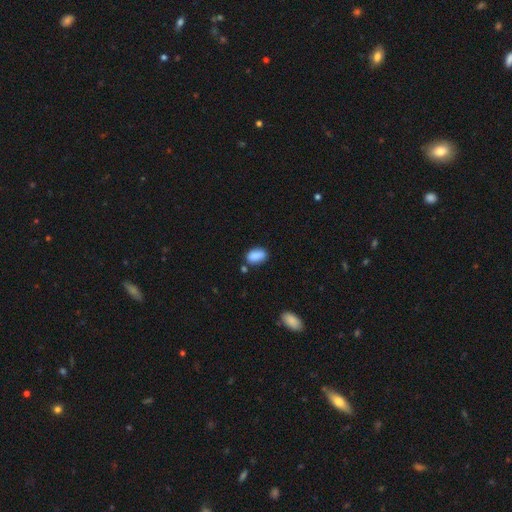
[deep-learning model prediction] Smooth or featured: smooth — 88% (star or artifact — 8%)
How rounded: in between — 90% (round — 9%)
Merging: none — 74% (minor disturbance — 16%)